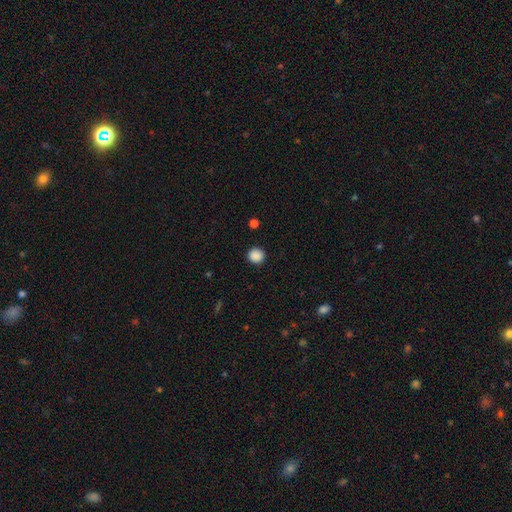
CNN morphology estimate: smooth-or-featured: smooth: 88% | star or artifact: 9% | featured or disk: 2%
  how-rounded: round: 90% | in between: 9% | cigar-shaped: 1%
  merging: none: 91% | minor disturbance: 6% | major disturbance: 2% | merger: 1%